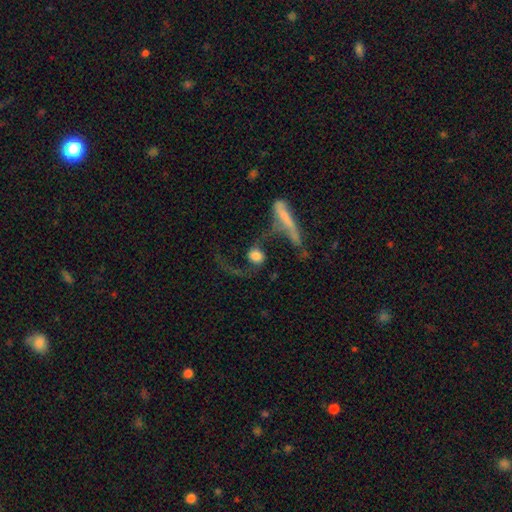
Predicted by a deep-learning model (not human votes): Overall: featured or disk (48%; smooth 41%). Merging: merger (38%; none 27%).